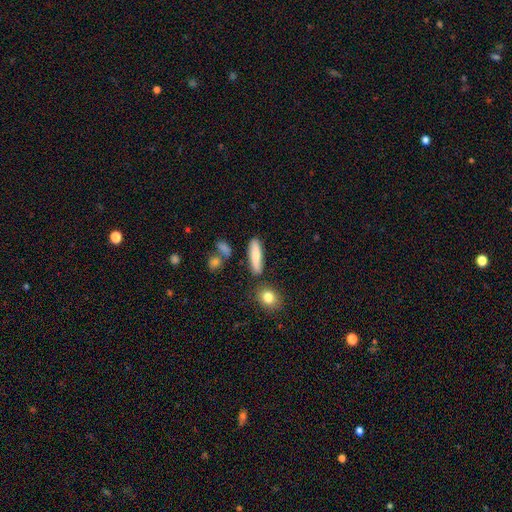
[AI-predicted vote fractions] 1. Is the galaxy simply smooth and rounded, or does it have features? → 71% smooth, 22% featured or disk, 7% star or artifact.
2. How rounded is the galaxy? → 61% cigar-shaped, 36% in between, 3% round.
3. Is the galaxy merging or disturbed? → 81% none, 11% minor disturbance, 5% merger, 3% major disturbance.